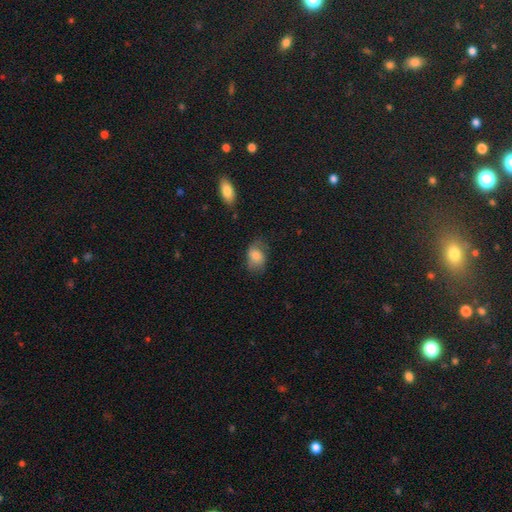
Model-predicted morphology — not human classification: This appears to be a smooth galaxy with no disk features (70%) that is in between round and cigar-shaped (76%). Merging: none (53%).